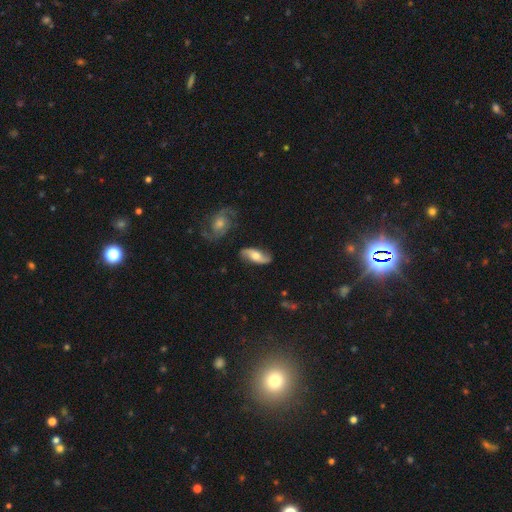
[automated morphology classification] A featured or disk galaxy (68%) with no bar (59%), 2 (91%) loose (65%) spiral arms (90%) and a moderate central bulge (64%).

Vote fractions:
- Smooth or featured? featured or disk: 68% / smooth: 25% / star or artifact: 6%
- Edge-on disk? no: 87% / yes: 13%
- Bar? no: 59% / weak: 29% / strong: 12%
- Spiral arms? yes: 90% / no: 10%
- Spiral winding? loose: 65% / medium: 24% / tight: 10%
- Spiral arm count? 2: 91% / can't tell: 4% / 1: 2% / 3: 1% / 4: 1% / more than 4: 1%
- Bulge size? moderate: 64% / small: 17% / large: 15% / none: 2% / dominant: 2%
- Merging? none: 79% / minor disturbance: 14% / major disturbance: 4% / merger: 3%